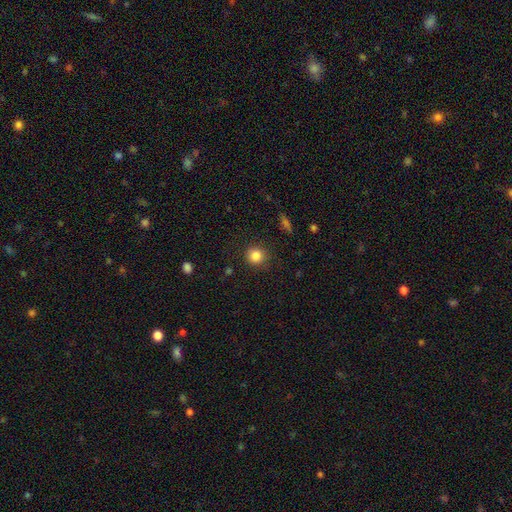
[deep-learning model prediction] smooth-or-featured: smooth: 84% | star or artifact: 11% | featured or disk: 5%
  how-rounded: round: 91% | in between: 8% | cigar-shaped: 1%
  merging: none: 87% | minor disturbance: 9% | major disturbance: 3% | merger: 1%